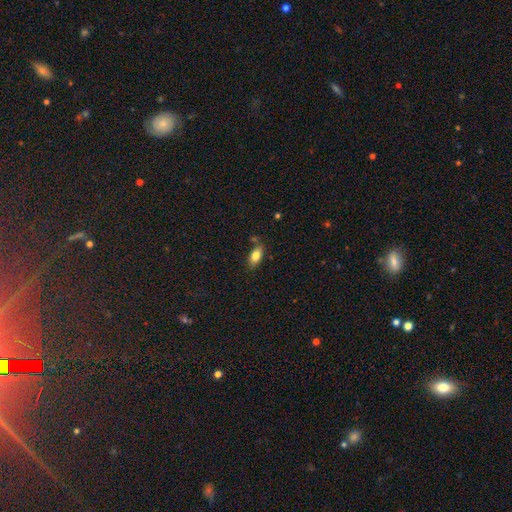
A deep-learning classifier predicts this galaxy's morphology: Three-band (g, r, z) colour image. It shows a smooth galaxy with no disk features (79%) that is in between round and cigar-shaped (88%). Merging: none (75%).